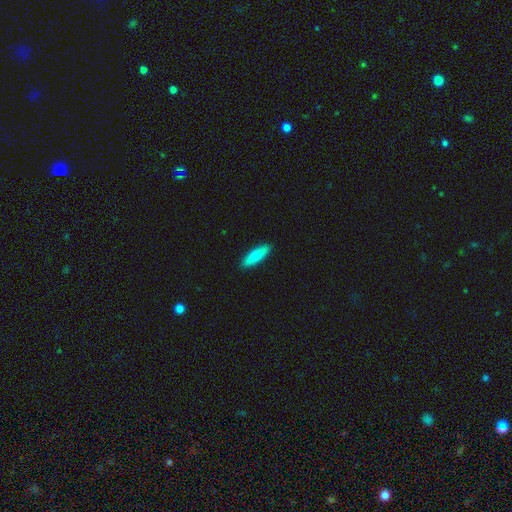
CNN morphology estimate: Smooth or featured: smooth — 81% (featured or disk — 13%)
How rounded: cigar-shaped — 69% (in between — 29%)
Merging: none — 91% (minor disturbance — 7%)